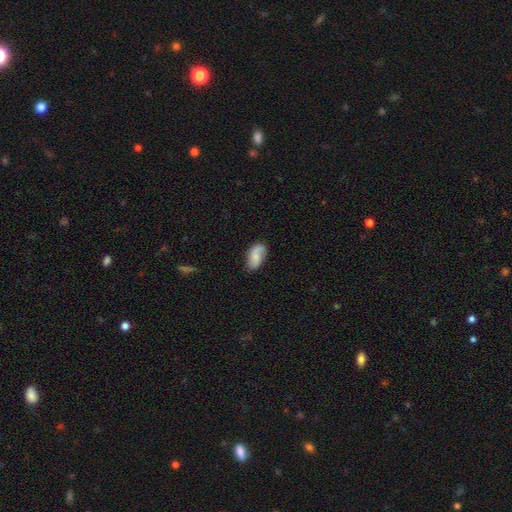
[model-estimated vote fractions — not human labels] Overall: smooth (58%; featured or disk 35%). How rounded: in between (92%). Merging: none (64%; minor disturbance 26%).